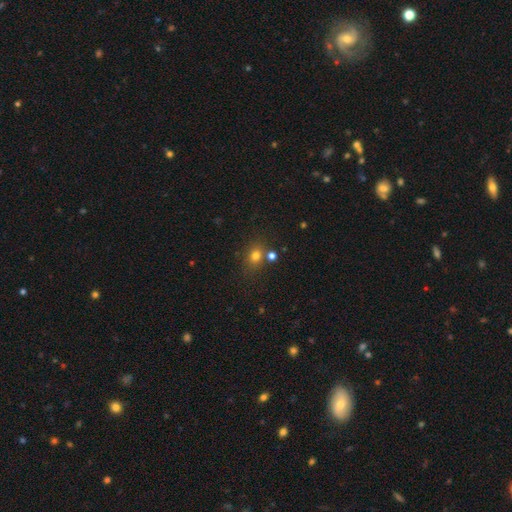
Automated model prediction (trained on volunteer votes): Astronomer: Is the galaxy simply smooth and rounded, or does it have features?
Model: smooth — 75%.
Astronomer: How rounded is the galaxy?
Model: round — 58% (runner-up: in between, 41%).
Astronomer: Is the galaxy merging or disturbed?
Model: none — 71%.